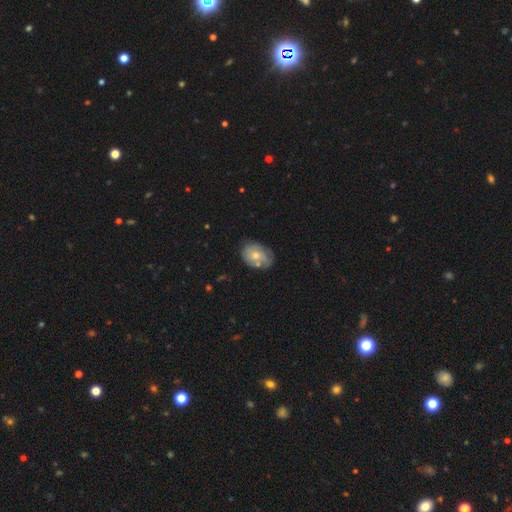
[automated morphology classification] type=smooth (54%); roundness=in between (72%); merging=none (58%).